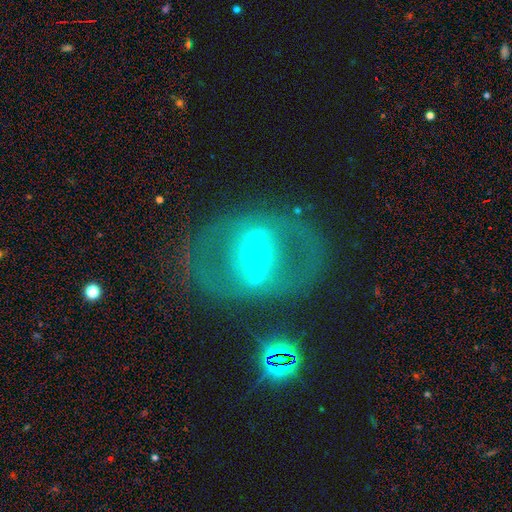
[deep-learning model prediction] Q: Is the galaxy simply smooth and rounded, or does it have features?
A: featured or disk — 73%.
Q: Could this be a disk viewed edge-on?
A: no — 93%.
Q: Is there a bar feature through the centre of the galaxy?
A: strong — 43%.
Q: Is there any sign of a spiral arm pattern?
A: no — 58%.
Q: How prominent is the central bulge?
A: small — 68%.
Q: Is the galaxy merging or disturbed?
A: none — 67%.